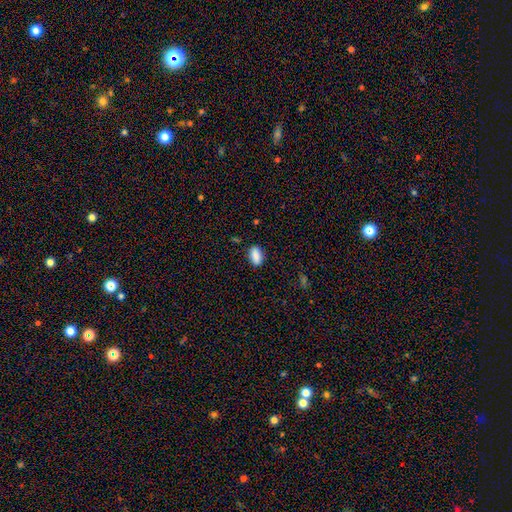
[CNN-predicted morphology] Q: Smooth or featured?
A: smooth (88%); runner-up: star or artifact (8%)
Q: How rounded?
A: in between (90%); runner-up: round (5%)
Q: Merging?
A: none (85%); runner-up: minor disturbance (11%)